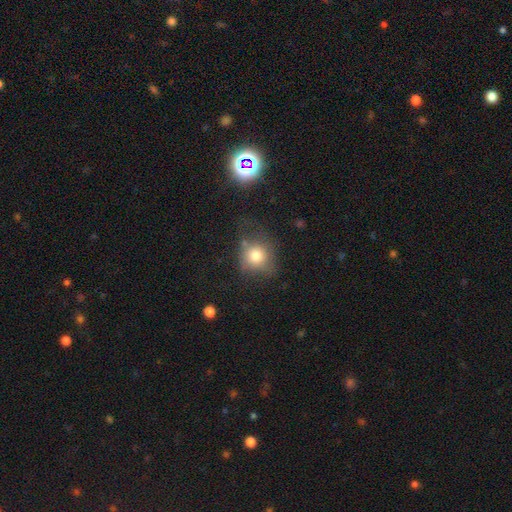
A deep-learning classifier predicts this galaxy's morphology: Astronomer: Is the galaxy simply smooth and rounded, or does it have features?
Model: smooth — 76%.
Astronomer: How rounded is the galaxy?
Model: round — 78%.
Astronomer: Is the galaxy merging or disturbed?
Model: none — 50% (runner-up: minor disturbance, 26%).